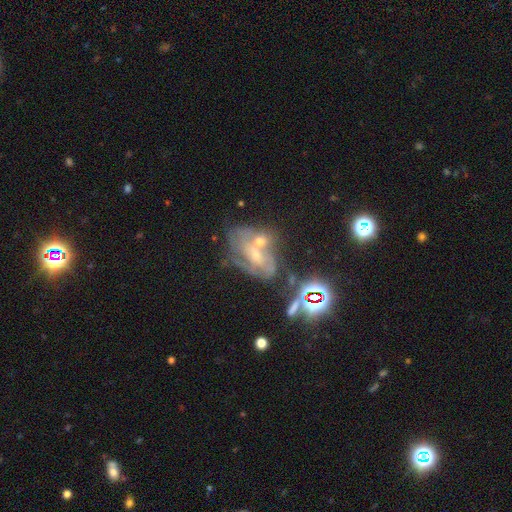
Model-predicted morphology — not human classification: smooth_or_featured: featured or disk (p=0.56) [alt: smooth p=0.22]
disk_edge_on: no (p=0.95) [alt: yes p=0.05]
bar: no (p=0.66) [alt: weak p=0.26]
has_spiral_arms: yes (p=0.64) [alt: no p=0.36]
bulge_size: small (p=0.58) [alt: moderate p=0.33]
merging: merger (p=0.43) [alt: none p=0.25]